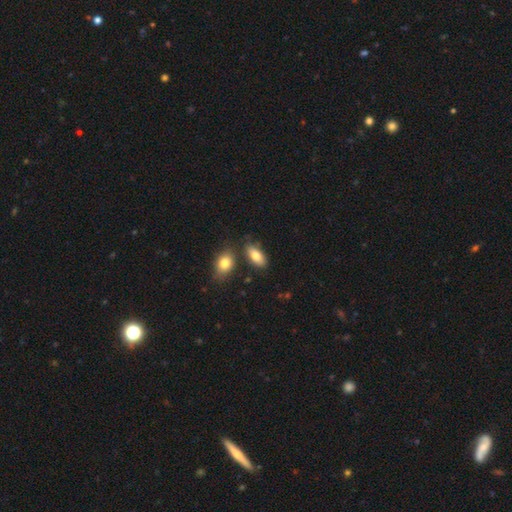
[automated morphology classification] smooth_or_featured: smooth (p=0.81) [alt: featured or disk p=0.12]
how_rounded: in between (p=0.89) [alt: cigar-shaped p=0.08]
merging: none (p=0.72) [alt: minor disturbance p=0.13]